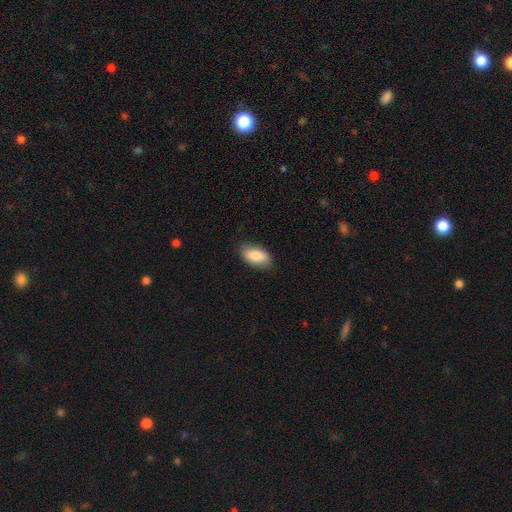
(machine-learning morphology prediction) The model was most divided on "merging": none: 82%, minor disturbance: 14%, major disturbance: 3%, merger: 1%. More confident: how rounded — in between (92%); smooth or featured — smooth (81%).